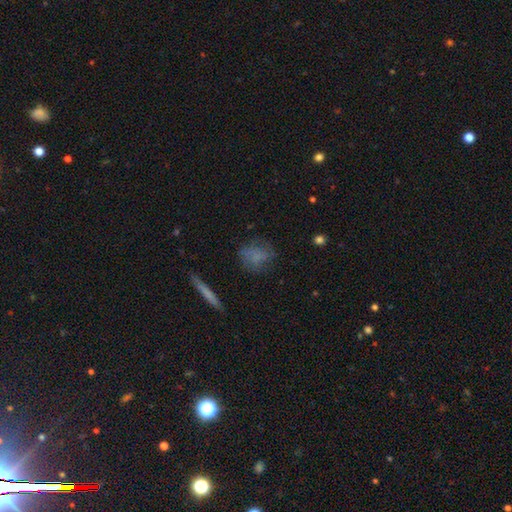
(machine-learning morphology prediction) Smooth or featured? smooth (64%)
How rounded? round (56%)
Merging? none (65%)